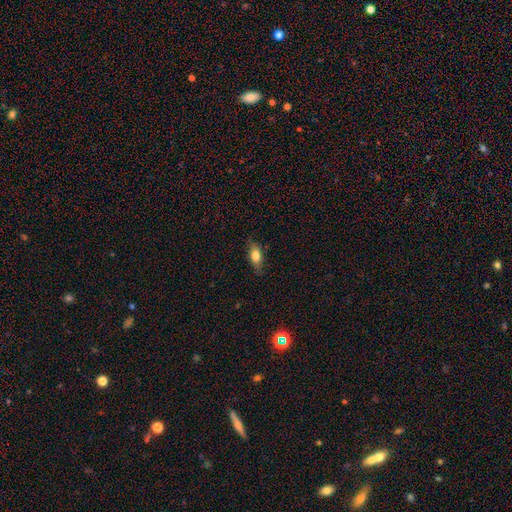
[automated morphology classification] The model was most divided on "smooth or featured": smooth: 72%, featured or disk: 20%, star or artifact: 8%. More confident: merging — none (77%); how rounded — in between (75%).